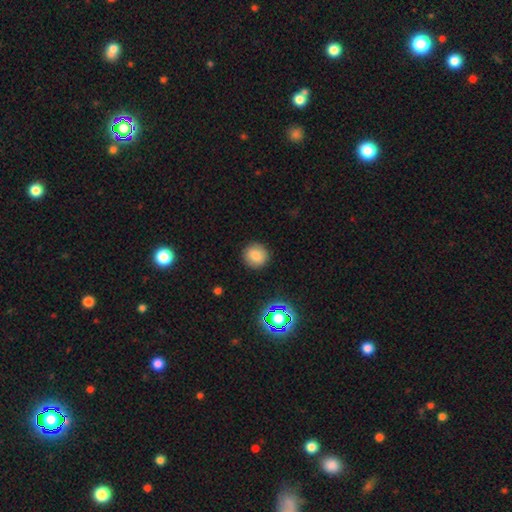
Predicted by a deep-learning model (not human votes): Overall: smooth (81%). How rounded: round (93%). Merging: none (90%).